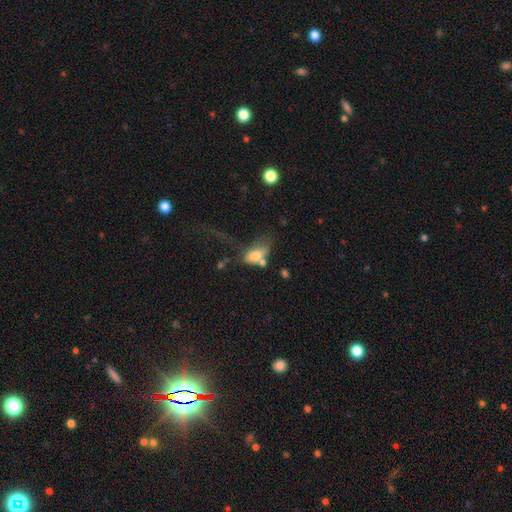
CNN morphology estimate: Smooth or featured?
  - smooth: 69% *
  - featured or disk: 22%
  - star or artifact: 10%
How rounded?
  - in between: 87% *
  - round: 9%
  - cigar-shaped: 4%
Merging?
  - major disturbance: 34% *
  - merger: 29%
  - none: 20%
  - minor disturbance: 17%